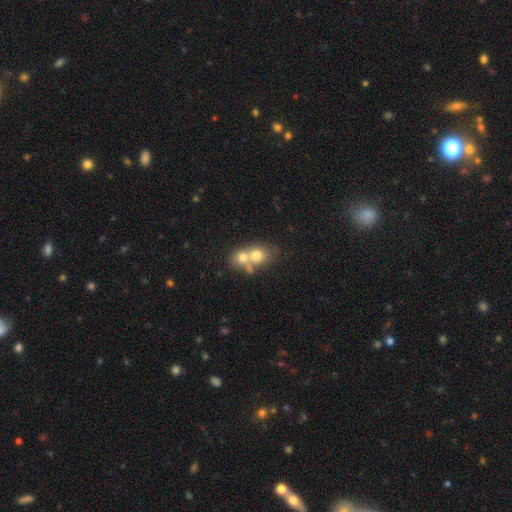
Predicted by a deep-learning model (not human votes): A smooth galaxy with no disk features (68%) that is round (61%).

Vote fractions:
- Smooth or featured? smooth: 68% / featured or disk: 22% / star or artifact: 10%
- How rounded? round: 61% / in between: 38% / cigar-shaped: 1%
- Merging? merger: 70% / none: 21% / minor disturbance: 6% / major disturbance: 3%